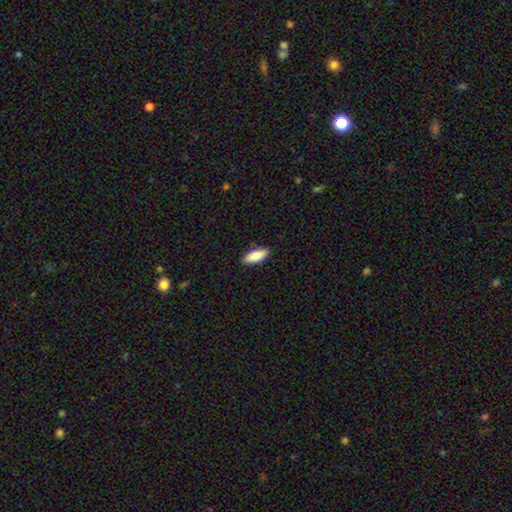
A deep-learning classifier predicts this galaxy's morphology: A smooth galaxy with no disk features (86%) that is in between round and cigar-shaped (77%).

Vote fractions:
- Smooth or featured? smooth: 86% / featured or disk: 9% / star or artifact: 6%
- How rounded? in between: 77% / cigar-shaped: 21% / round: 2%
- Merging? none: 88% / minor disturbance: 9% / major disturbance: 2% / merger: 1%